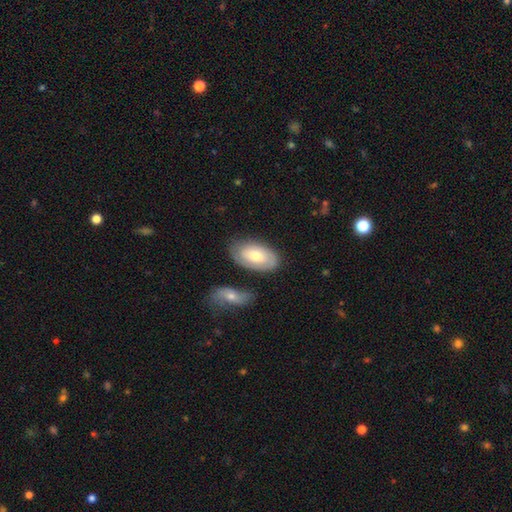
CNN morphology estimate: This is likely a smooth galaxy (62%). How rounded: clearly in between (94%). Merging: likely none (69%).